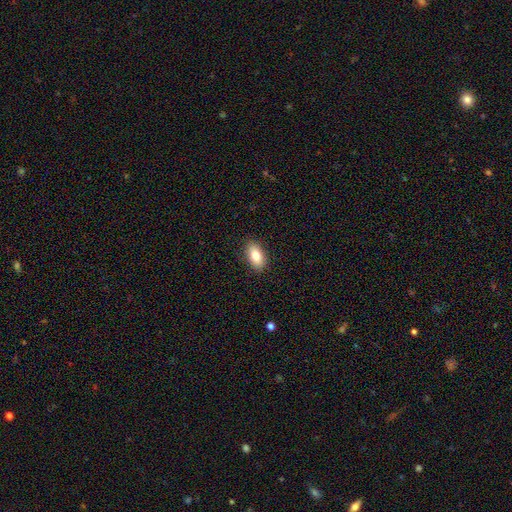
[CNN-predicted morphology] Q: Smooth or featured?
A: smooth (81%); runner-up: featured or disk (12%)
Q: How rounded?
A: in between (91%); runner-up: round (5%)
Q: Merging?
A: none (88%); runner-up: minor disturbance (9%)